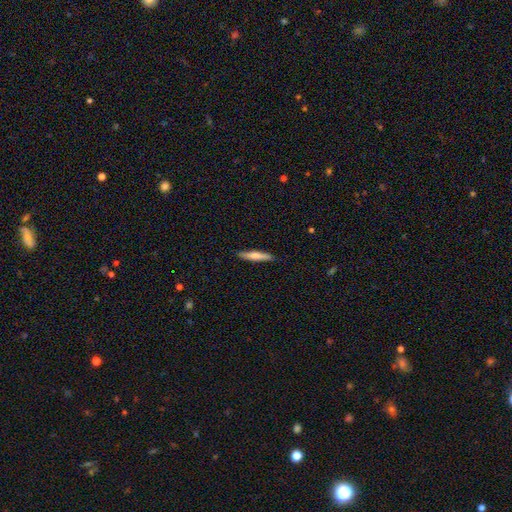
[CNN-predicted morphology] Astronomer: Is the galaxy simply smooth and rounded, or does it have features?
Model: smooth — 61%.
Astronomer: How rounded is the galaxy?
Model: cigar-shaped — 92%.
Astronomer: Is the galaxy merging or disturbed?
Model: none — 90%.